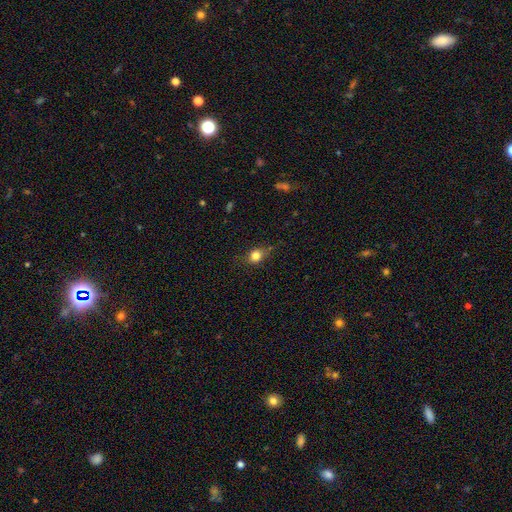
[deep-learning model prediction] Overall: smooth (78%). How rounded: round (58%; in between 39%). Merging: none (67%).